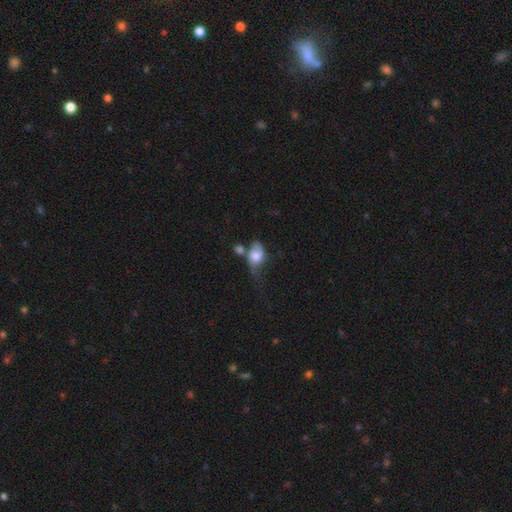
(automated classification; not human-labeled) Overall: smooth (59%; featured or disk 33%). How rounded: in between (70%). Merging: merger (31%; major disturbance 26%).